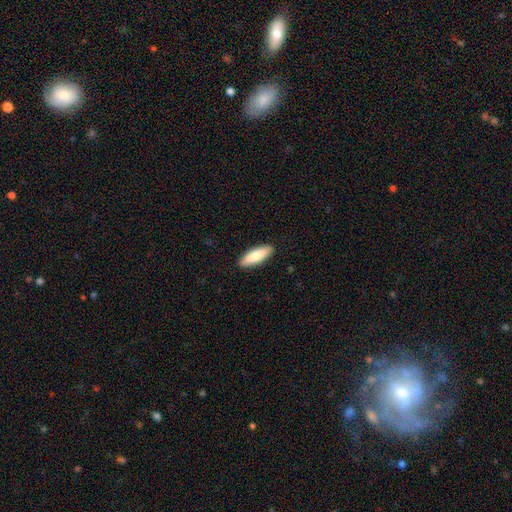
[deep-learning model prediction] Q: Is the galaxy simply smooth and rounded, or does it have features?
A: smooth — 79%.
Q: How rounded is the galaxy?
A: in between — 51%.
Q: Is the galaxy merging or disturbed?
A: none — 90%.